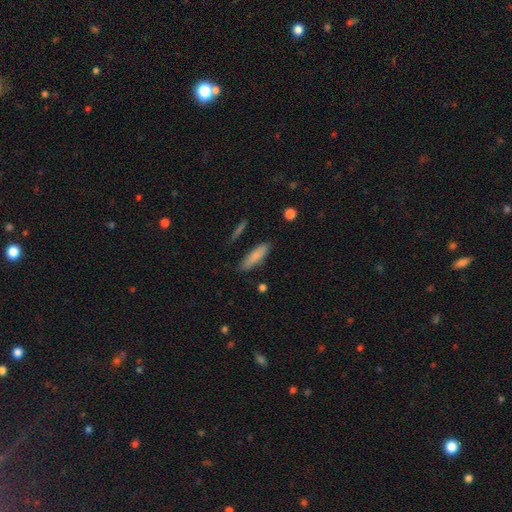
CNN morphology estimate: The model was most divided on "how rounded": cigar-shaped: 64%, in between: 34%, round: 2%. More confident: merging — none (83%); smooth or featured — smooth (82%).